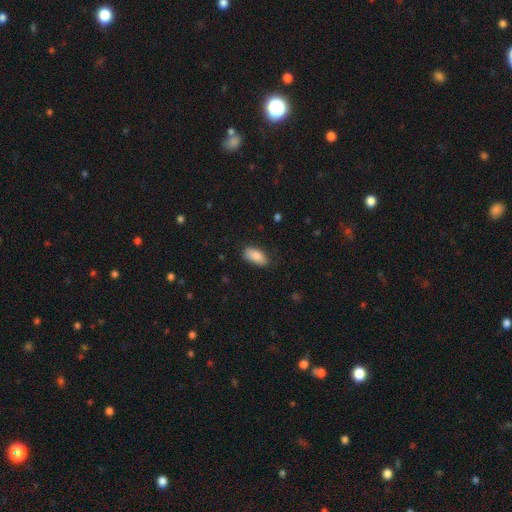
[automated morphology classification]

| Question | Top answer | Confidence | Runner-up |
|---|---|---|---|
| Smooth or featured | smooth | 87% | star or artifact (7%) |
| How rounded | in between | 91% | cigar-shaped (6%) |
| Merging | none | 77% | minor disturbance (18%) |